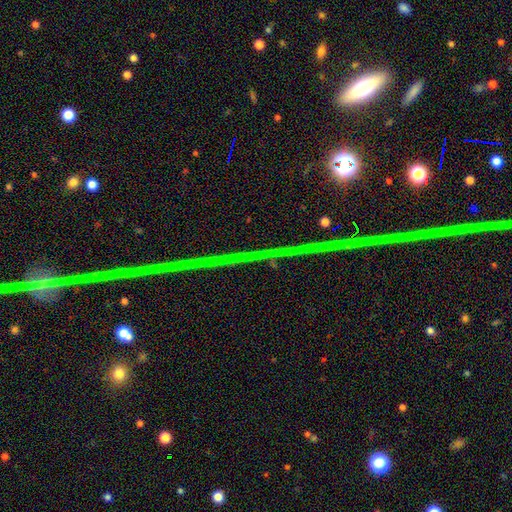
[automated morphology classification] Smooth or featured?
  - star or artifact: 78% *
  - featured or disk: 14%
  - smooth: 9%